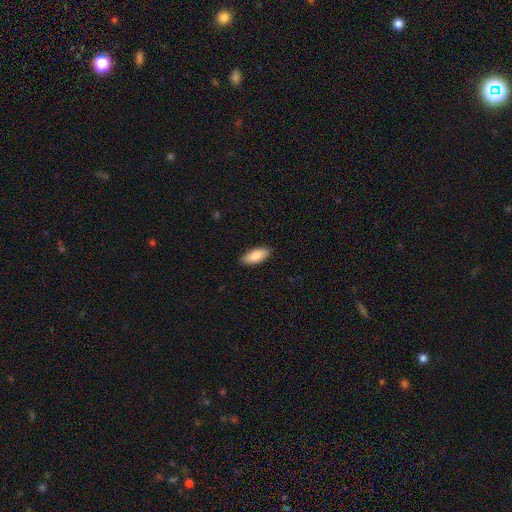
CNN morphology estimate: Smooth or featured? Predicted: smooth (p=0.88). How rounded? Predicted: in between (p=0.84). Merging? Predicted: none (p=0.89).